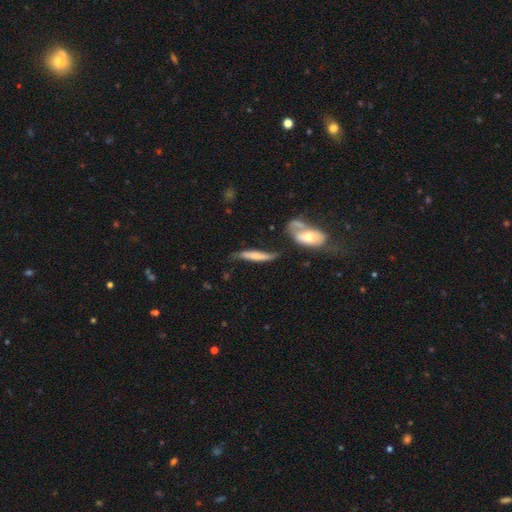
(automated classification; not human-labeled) A smooth galaxy with no disk features (51%) that is cigar-shaped (81%).

Vote fractions:
- Smooth or featured? smooth: 51% / featured or disk: 42% / star or artifact: 7%
- How rounded? cigar-shaped: 81% / in between: 16% / round: 2%
- Merging? none: 48% / minor disturbance: 26% / merger: 14% / major disturbance: 12%